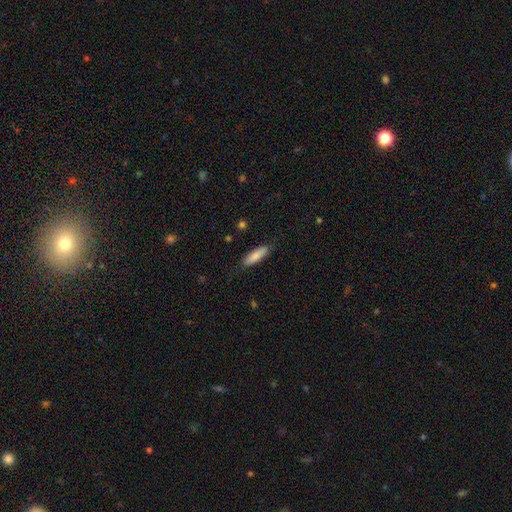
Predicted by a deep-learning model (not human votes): Overall: smooth (83%). How rounded: cigar-shaped (61%; in between 37%). Merging: none (85%).